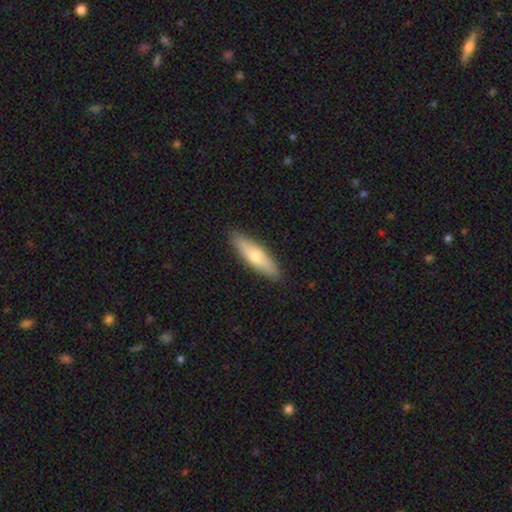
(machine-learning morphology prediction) Q: Smooth or featured?
A: smooth (62%); runner-up: featured or disk (32%)
Q: How rounded?
A: cigar-shaped (63%); runner-up: in between (35%)
Q: Merging?
A: none (89%); runner-up: minor disturbance (8%)